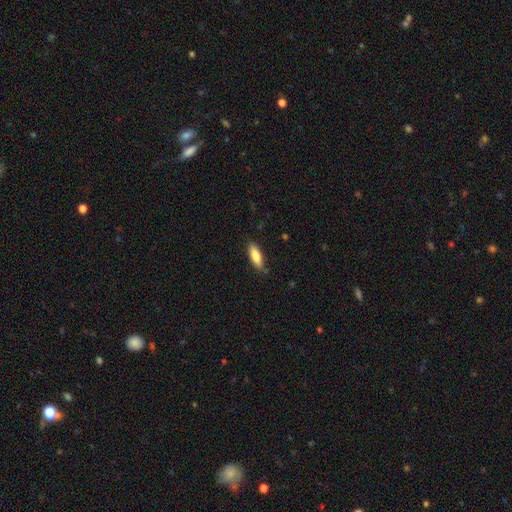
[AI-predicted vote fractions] This is clearly a smooth galaxy (82%). How rounded: possibly in between (58%). Merging: likely none (77%).